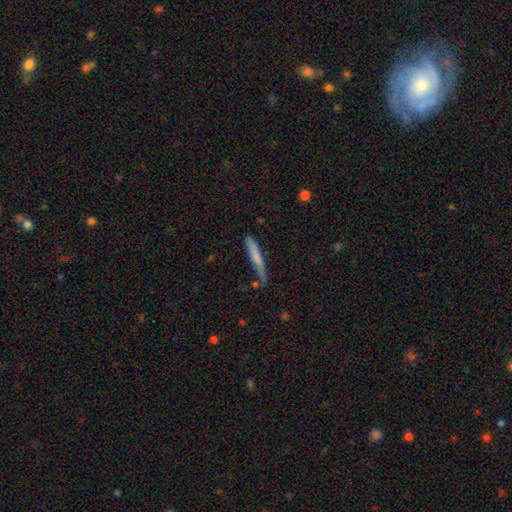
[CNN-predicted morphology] Smooth or featured: smooth — 69% (featured or disk — 25%)
How rounded: cigar-shaped — 94% (in between — 5%)
Merging: none — 67% (minor disturbance — 23%)